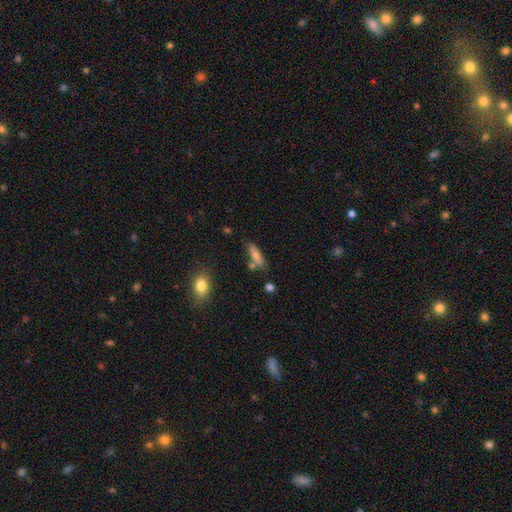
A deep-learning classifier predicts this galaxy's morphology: Overall: smooth (71%). How rounded: cigar-shaped (63%; in between 35%). Merging: none (66%).